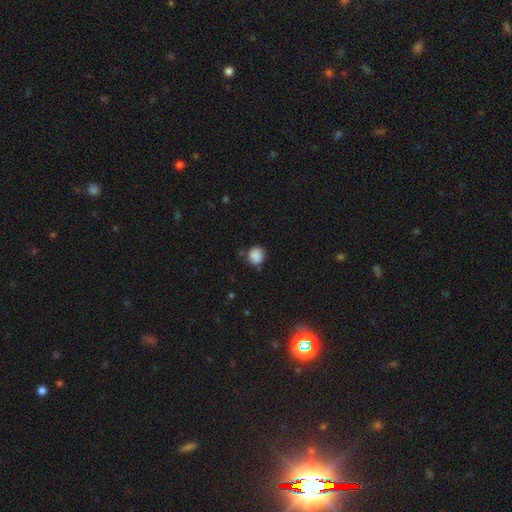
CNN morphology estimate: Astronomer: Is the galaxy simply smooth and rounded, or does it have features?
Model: smooth — 86%.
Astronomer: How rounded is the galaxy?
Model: round — 81%.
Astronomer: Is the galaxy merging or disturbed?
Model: none — 71%.